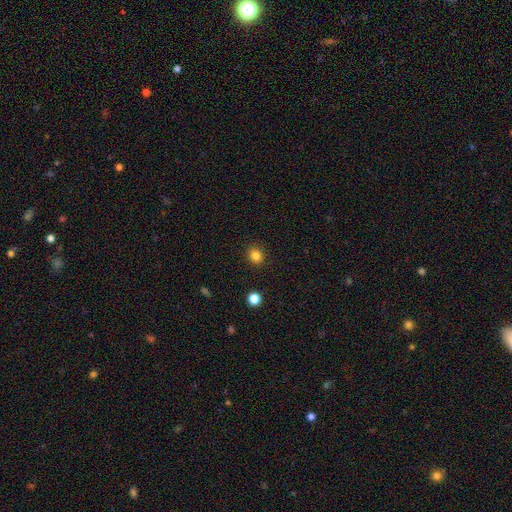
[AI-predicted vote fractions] Smooth or featured?
  - smooth: 83% *
  - star or artifact: 13%
  - featured or disk: 4%
How rounded?
  - round: 74% *
  - in between: 25%
  - cigar-shaped: 1%
Merging?
  - none: 90% *
  - minor disturbance: 7%
  - major disturbance: 2%
  - merger: 1%